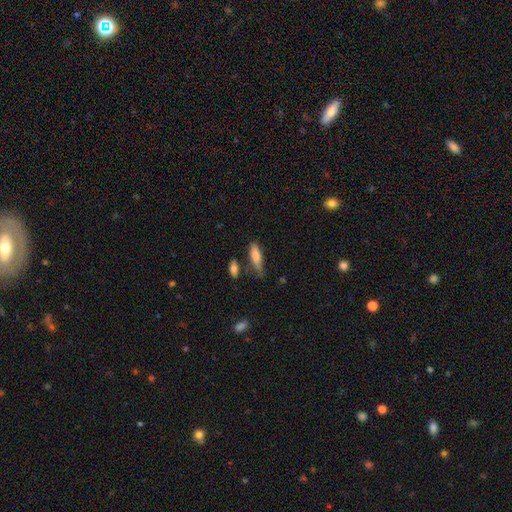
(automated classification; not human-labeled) The model was most divided on "how rounded" (2-way tie): in between: 49%, cigar-shaped: 49%, round: 2%. Remaining: smooth or featured — smooth (80%); merging — none (49%).